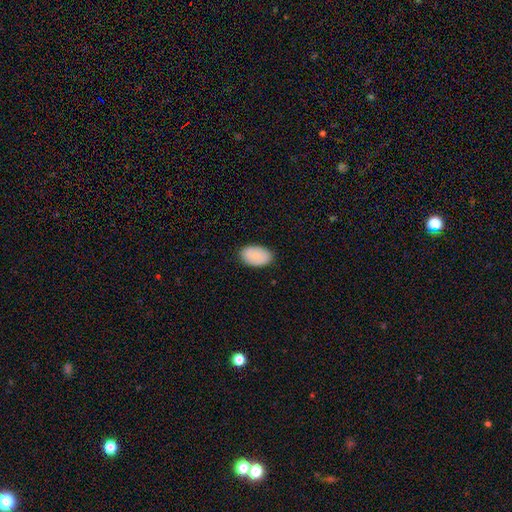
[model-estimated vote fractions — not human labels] This appears to be a smooth galaxy with no disk features (81%) that is in between round and cigar-shaped (92%). Merging: none (86%).